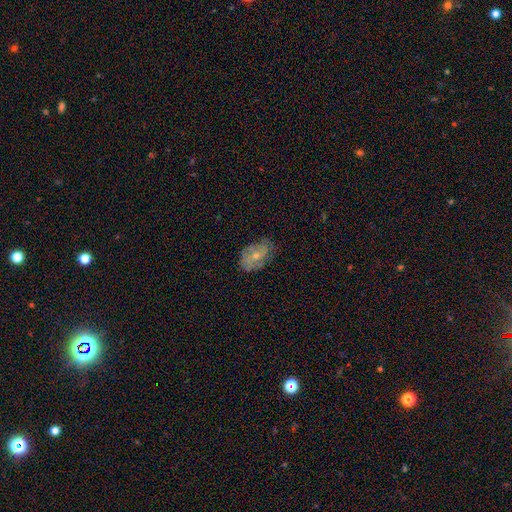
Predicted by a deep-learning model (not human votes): This appears to be a featured or disk galaxy (49%). Merging: none (69%).